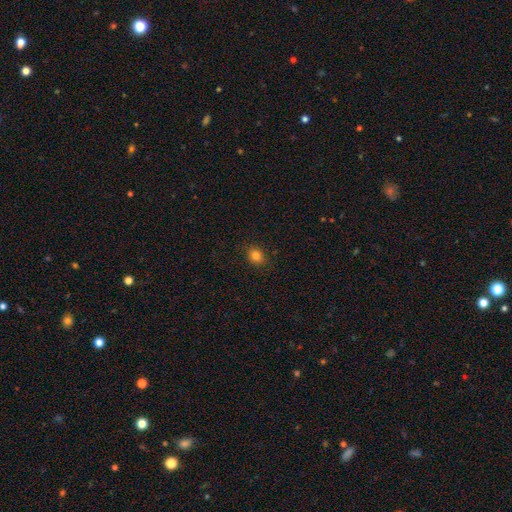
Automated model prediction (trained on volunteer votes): Smooth or featured: smooth — 81% (star or artifact — 13%)
How rounded: round — 61% (in between — 38%)
Merging: none — 87% (minor disturbance — 10%)